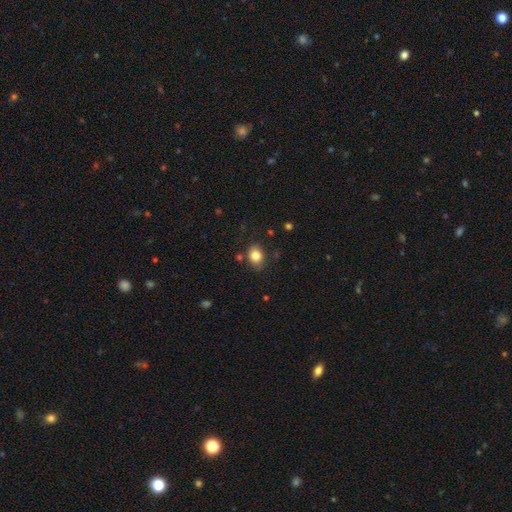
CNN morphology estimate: Smooth or featured? smooth (82%)
How rounded? in between (53%)
Merging? none (81%)